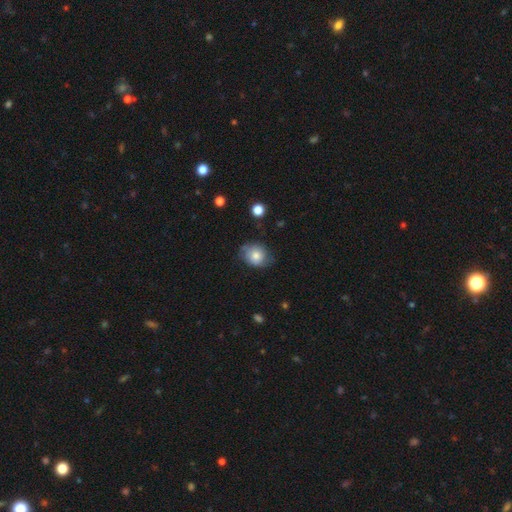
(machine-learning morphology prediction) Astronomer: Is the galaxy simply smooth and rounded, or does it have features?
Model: smooth — 70%.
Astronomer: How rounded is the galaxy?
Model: round — 64%.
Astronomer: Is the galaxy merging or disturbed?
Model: none — 63%.